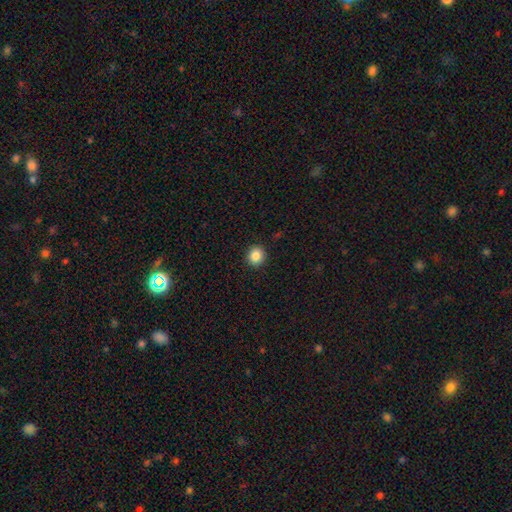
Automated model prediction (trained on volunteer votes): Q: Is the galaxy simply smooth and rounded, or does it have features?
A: smooth — 86%.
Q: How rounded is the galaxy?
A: round — 88%.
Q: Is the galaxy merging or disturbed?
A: none — 92%.